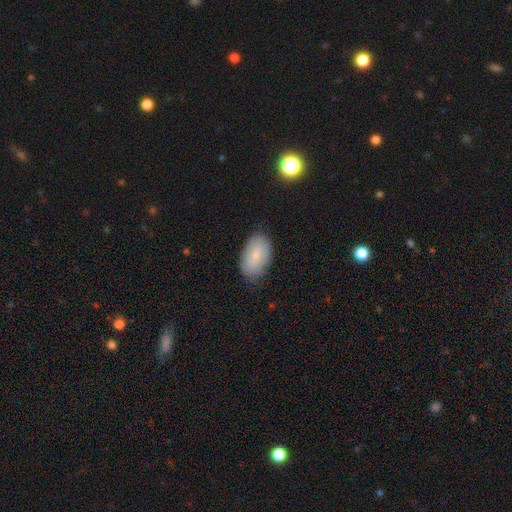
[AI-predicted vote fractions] Smooth or featured? smooth (75%)
How rounded? in between (93%)
Merging? none (79%)